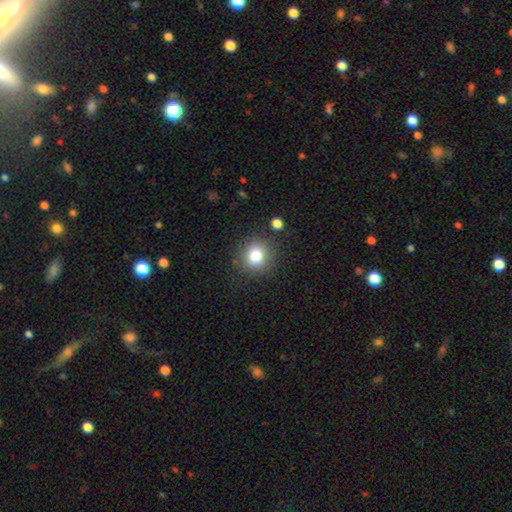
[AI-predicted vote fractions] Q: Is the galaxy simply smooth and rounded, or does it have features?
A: smooth — 80%.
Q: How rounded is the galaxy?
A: round — 86%.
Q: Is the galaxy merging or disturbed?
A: none — 85%.